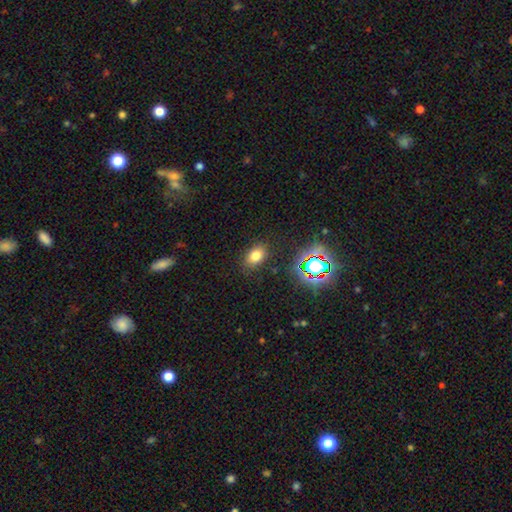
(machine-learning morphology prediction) smooth 75%, star or artifact 17%, featured or disk 8%. Down the decision tree: how rounded — in between (82%); merging — none (85%).